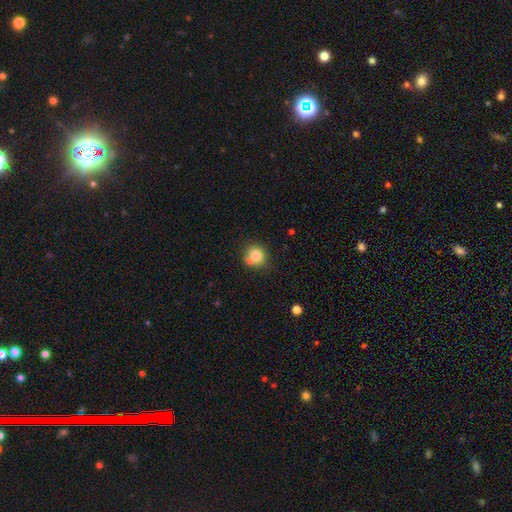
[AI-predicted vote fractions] The model was most divided on "merging": none: 66%, minor disturbance: 16%, merger: 14%, major disturbance: 4%. More confident: how rounded — round (87%); smooth or featured — smooth (79%).